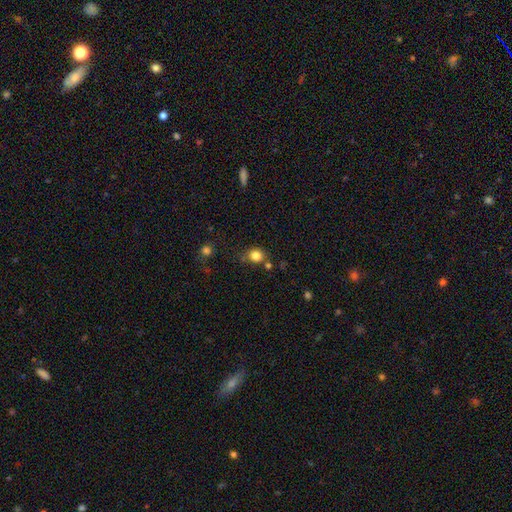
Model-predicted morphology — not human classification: smooth_or_featured: smooth (p=0.83) [alt: star or artifact p=0.12]
how_rounded: round (p=0.81) [alt: in between p=0.18]
merging: none (p=0.73) [alt: minor disturbance p=0.13]